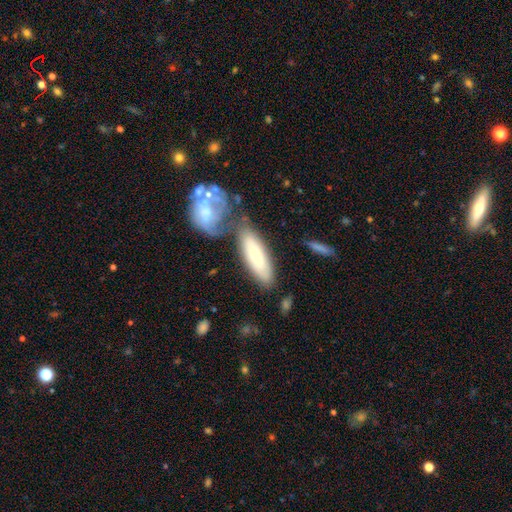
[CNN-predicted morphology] A smooth galaxy with no disk features (61%) that is in between round and cigar-shaped (60%).

Vote fractions:
- Smooth or featured? smooth: 61% / featured or disk: 32% / star or artifact: 6%
- How rounded? in between: 60% / cigar-shaped: 38% / round: 3%
- Merging? none: 60% / merger: 20% / minor disturbance: 15% / major disturbance: 5%